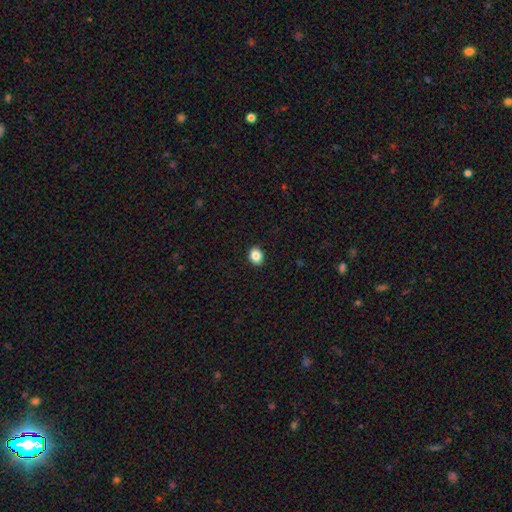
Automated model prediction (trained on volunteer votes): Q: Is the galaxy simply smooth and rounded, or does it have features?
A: smooth — 86%.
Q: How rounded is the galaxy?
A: round — 55%.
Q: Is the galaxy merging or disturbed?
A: none — 91%.